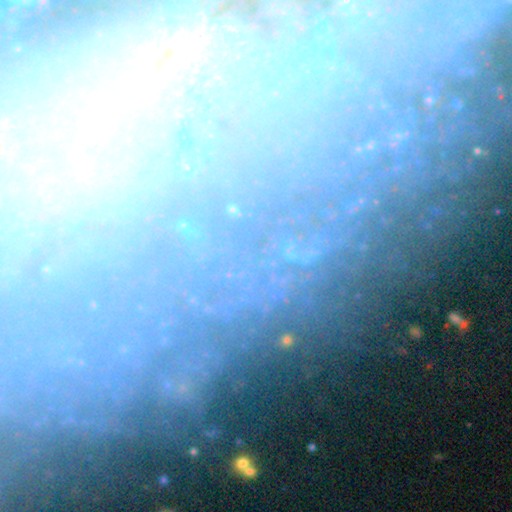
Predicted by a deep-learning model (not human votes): Smooth or featured? featured or disk (43%)
Merging? none (74%)